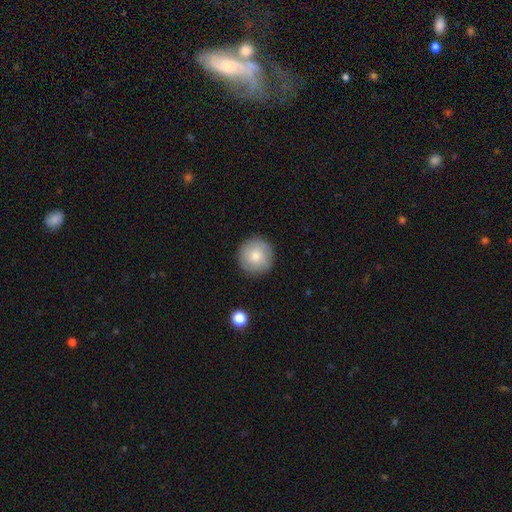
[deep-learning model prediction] Q: Smooth or featured?
A: smooth (78%); runner-up: featured or disk (15%)
Q: How rounded?
A: round (96%); runner-up: in between (3%)
Q: Merging?
A: none (89%); runner-up: minor disturbance (7%)